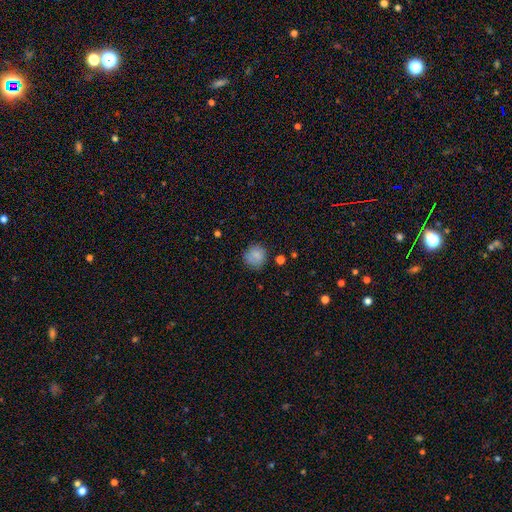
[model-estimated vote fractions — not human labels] Smooth or featured?
  - smooth: 84% *
  - star or artifact: 9%
  - featured or disk: 7%
How rounded?
  - round: 90% *
  - in between: 9%
  - cigar-shaped: 1%
Merging?
  - none: 79% *
  - minor disturbance: 15%
  - major disturbance: 4%
  - merger: 2%